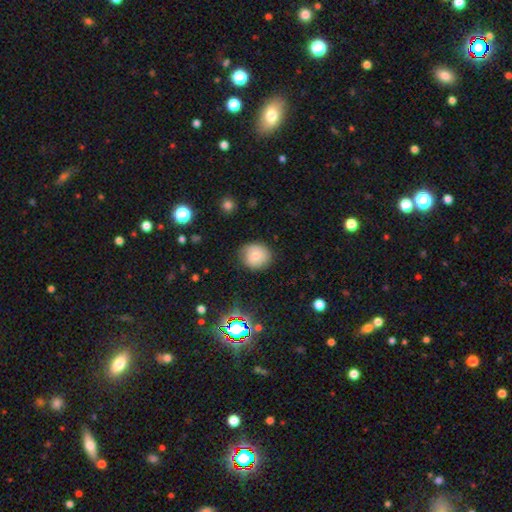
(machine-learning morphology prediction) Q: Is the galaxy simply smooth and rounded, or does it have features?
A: smooth — 70%.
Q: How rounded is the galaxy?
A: round — 79%.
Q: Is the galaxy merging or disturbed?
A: none — 79%.